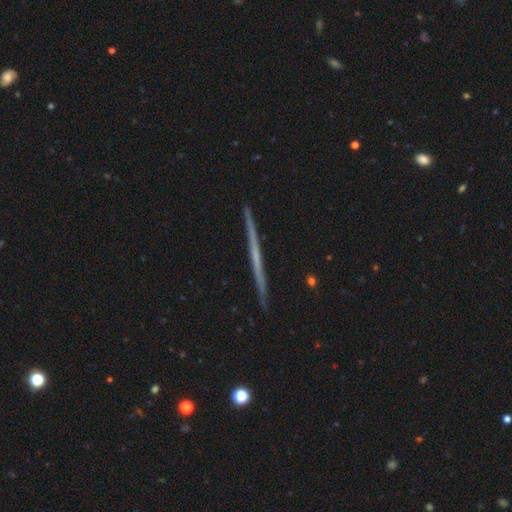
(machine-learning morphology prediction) Smooth or featured: featured or disk — 65% (smooth — 29%)
Edge-on disk: yes — 98% (no — 2%)
Edge-on bulge: none — 89% (rounded — 8%)
Merging: none — 93% (minor disturbance — 5%)